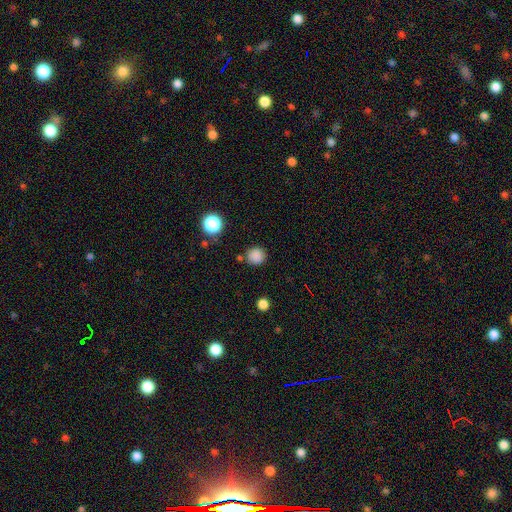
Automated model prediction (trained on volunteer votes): smooth_or_featured: smooth (p=0.83) [alt: star or artifact p=0.13]
how_rounded: round (p=0.92) [alt: in between p=0.07]
merging: none (p=0.82) [alt: minor disturbance p=0.10]